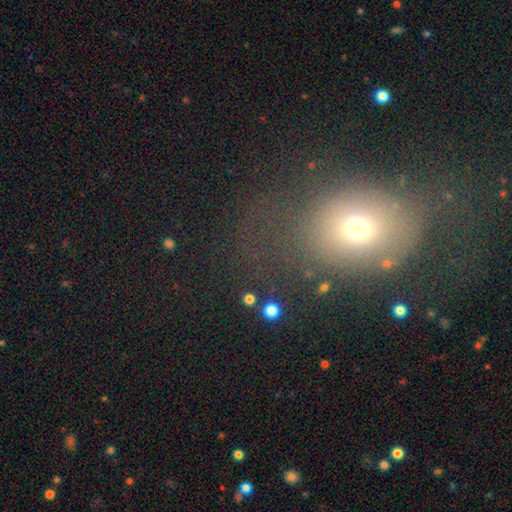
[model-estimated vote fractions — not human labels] smooth-or-featured: smooth: 59% | star or artifact: 26% | featured or disk: 15%
  how-rounded: round: 54% | in between: 44% | cigar-shaped: 2%
  merging: none: 60% | major disturbance: 18% | minor disturbance: 17% | merger: 5%